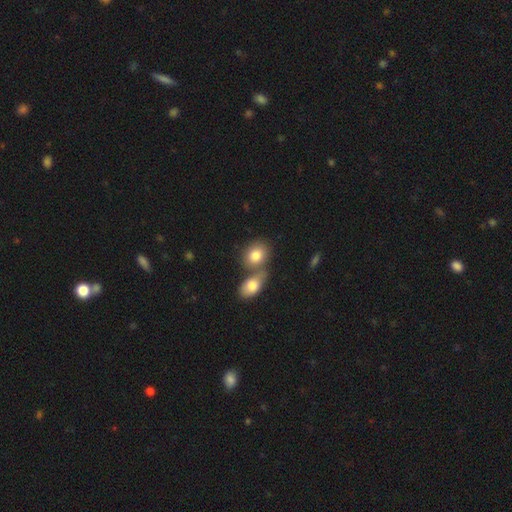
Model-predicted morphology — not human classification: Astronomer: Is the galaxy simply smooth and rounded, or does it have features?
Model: smooth — 81%.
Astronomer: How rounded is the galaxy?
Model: in between — 59% (runner-up: round, 40%).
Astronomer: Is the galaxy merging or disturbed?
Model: merger — 51% (runner-up: none, 37%).